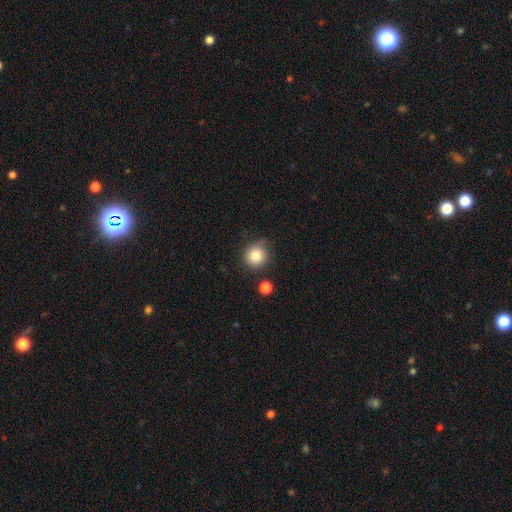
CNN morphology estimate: A smooth galaxy with no disk features (82%) that is round (91%).

Vote fractions:
- Smooth or featured? smooth: 82% / star or artifact: 10% / featured or disk: 7%
- How rounded? round: 91% / in between: 8% / cigar-shaped: 1%
- Merging? none: 74% / minor disturbance: 17% / merger: 4% / major disturbance: 4%